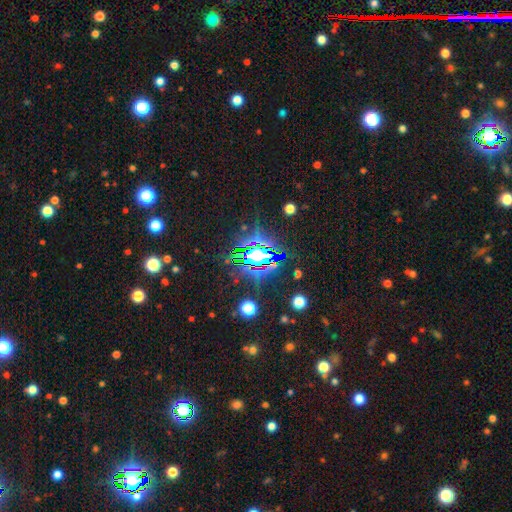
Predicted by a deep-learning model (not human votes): Overall: star or artifact (72%).